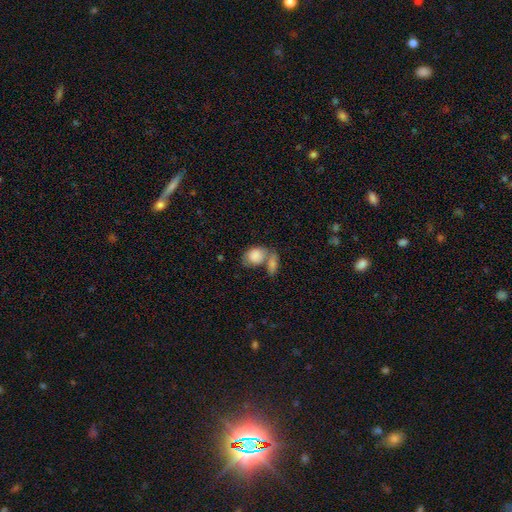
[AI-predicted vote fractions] A smooth galaxy with no disk features (82%) that is in between round and cigar-shaped (71%).

Vote fractions:
- Smooth or featured? smooth: 82% / featured or disk: 11% / star or artifact: 7%
- How rounded? in between: 71% / round: 28% / cigar-shaped: 2%
- Merging? merger: 54% / none: 26% / minor disturbance: 12% / major disturbance: 8%